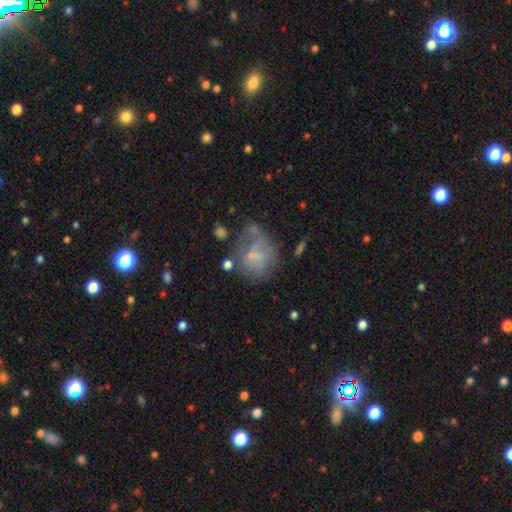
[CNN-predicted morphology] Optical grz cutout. It shows a smooth galaxy with no disk features (49%). Merging: none (36%).